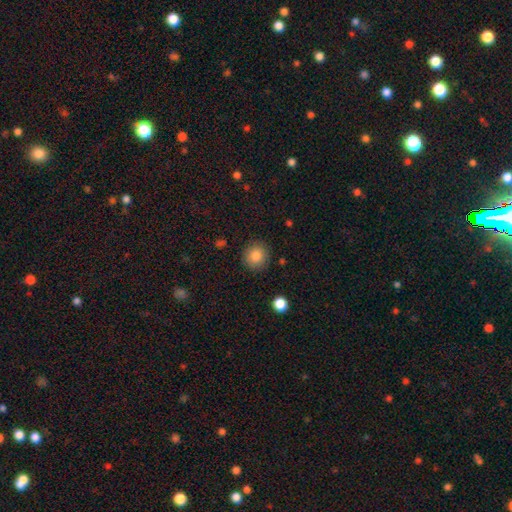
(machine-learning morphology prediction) smooth_or_featured: smooth (p=0.85) [alt: star or artifact p=0.09]
how_rounded: round (p=0.91) [alt: in between p=0.09]
merging: none (p=0.89) [alt: minor disturbance p=0.08]